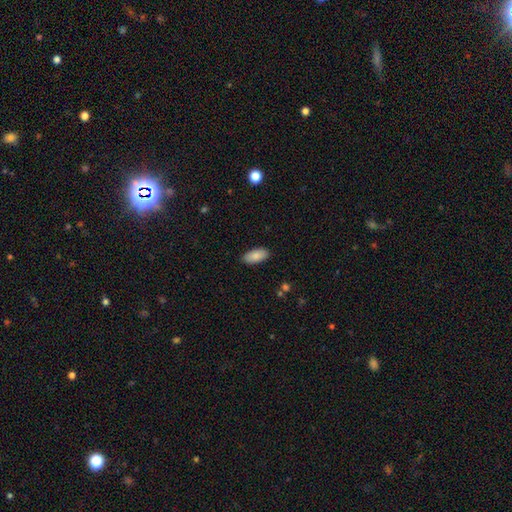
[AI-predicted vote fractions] This is clearly a smooth galaxy (85%). How rounded: clearly in between (92%). Merging: clearly none (88%).